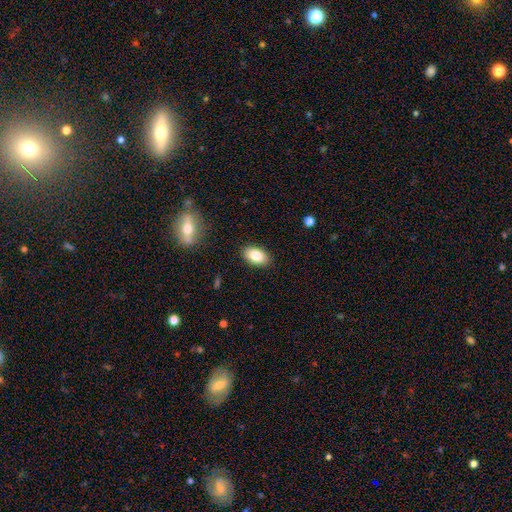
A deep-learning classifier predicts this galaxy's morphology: Smooth or featured? smooth (85%)
How rounded? in between (92%)
Merging? none (88%)